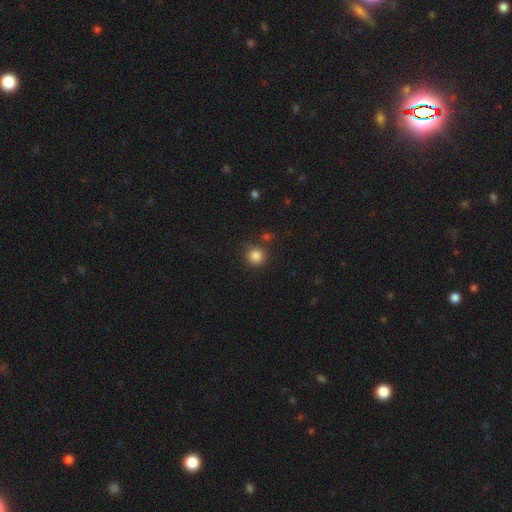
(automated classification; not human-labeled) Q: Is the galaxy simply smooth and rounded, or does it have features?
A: smooth — 85%.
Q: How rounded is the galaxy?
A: round — 93%.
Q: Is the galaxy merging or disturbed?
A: none — 81%.